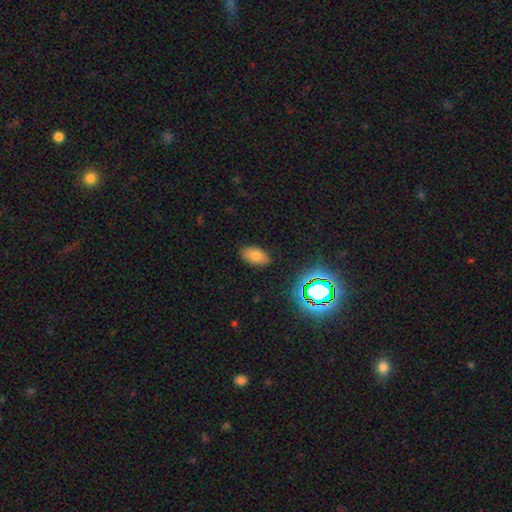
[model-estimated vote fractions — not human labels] smooth-or-featured: smooth: 76% | star or artifact: 15% | featured or disk: 10%
  how-rounded: in between: 93% | round: 5% | cigar-shaped: 2%
  merging: none: 85% | minor disturbance: 11% | major disturbance: 3% | merger: 1%